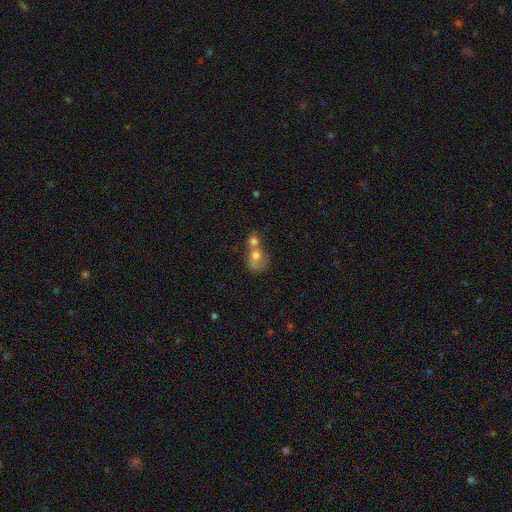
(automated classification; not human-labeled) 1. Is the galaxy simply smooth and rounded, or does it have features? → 67% smooth, 23% featured or disk, 9% star or artifact.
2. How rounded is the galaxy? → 63% round, 36% in between, 1% cigar-shaped.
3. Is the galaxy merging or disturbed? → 71% merger, 15% none, 7% major disturbance, 7% minor disturbance.